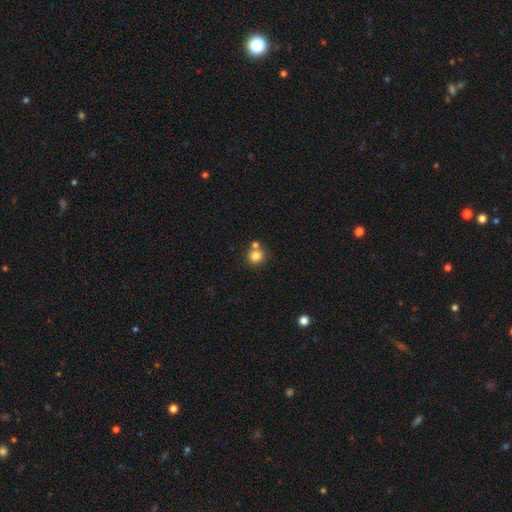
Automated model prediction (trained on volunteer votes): Q: Smooth or featured?
A: smooth (82%); runner-up: star or artifact (11%)
Q: How rounded?
A: round (89%); runner-up: in between (10%)
Q: Merging?
A: none (63%); runner-up: merger (26%)